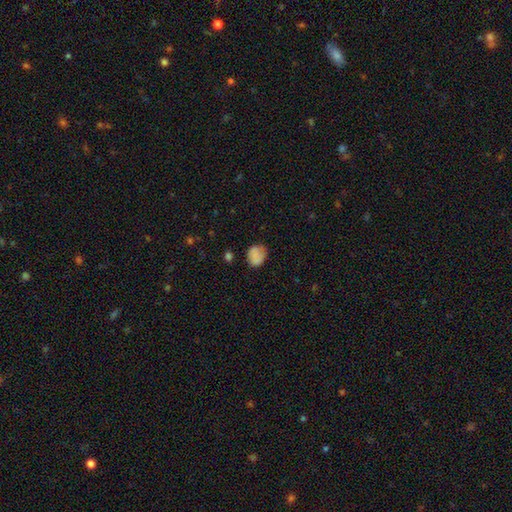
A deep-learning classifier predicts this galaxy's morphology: The model was most divided on "how rounded": round: 58%, in between: 41%, cigar-shaped: 1%. More confident: smooth or featured — smooth (81%); merging — none (62%).